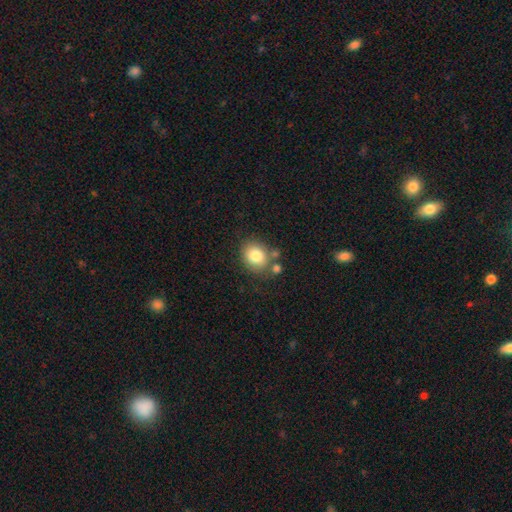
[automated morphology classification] smooth_or_featured: smooth (p=0.81) [alt: featured or disk p=0.10]
how_rounded: round (p=0.58) [alt: in between p=0.41]
merging: none (p=0.70) [alt: minor disturbance p=0.14]